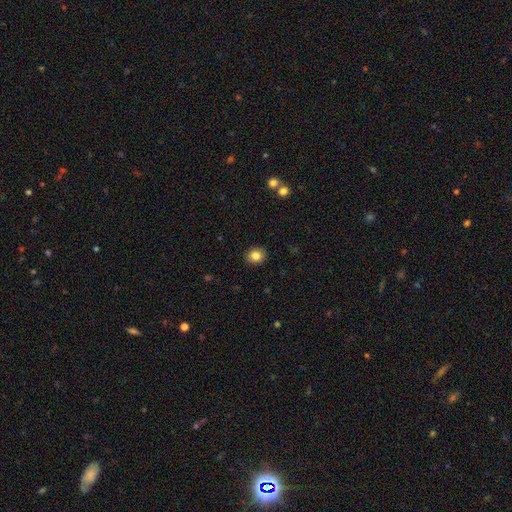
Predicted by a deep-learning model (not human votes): Smooth or featured: smooth — 83% (star or artifact — 10%)
How rounded: round — 75% (in between — 24%)
Merging: none — 90% (minor disturbance — 7%)